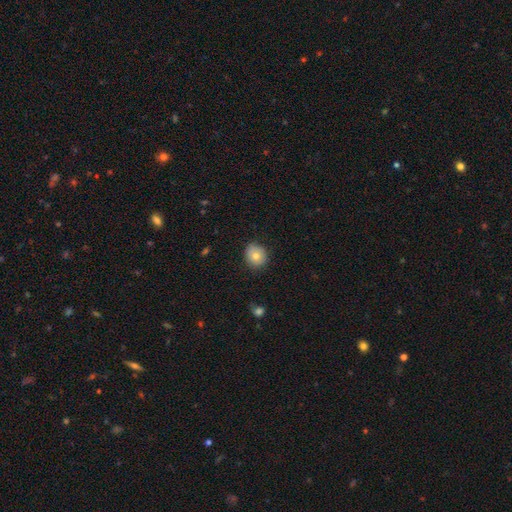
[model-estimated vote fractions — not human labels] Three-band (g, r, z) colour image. It shows a smooth galaxy with no disk features (76%) that is round (76%). Merging: none (83%).